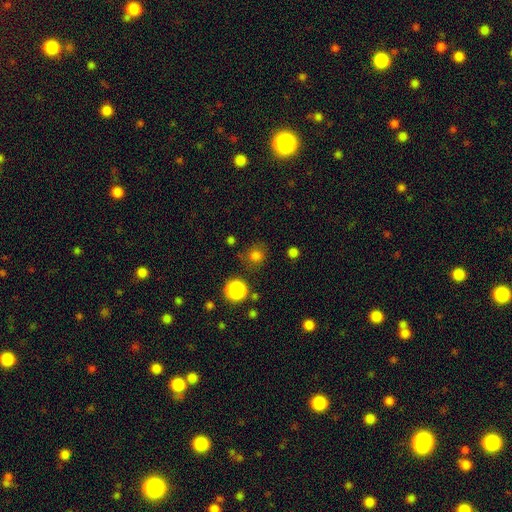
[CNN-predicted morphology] smooth-or-featured: smooth: 76% | star or artifact: 18% | featured or disk: 6%
  how-rounded: round: 89% | in between: 10% | cigar-shaped: 1%
  merging: none: 77% | minor disturbance: 14% | major disturbance: 5% | merger: 3%